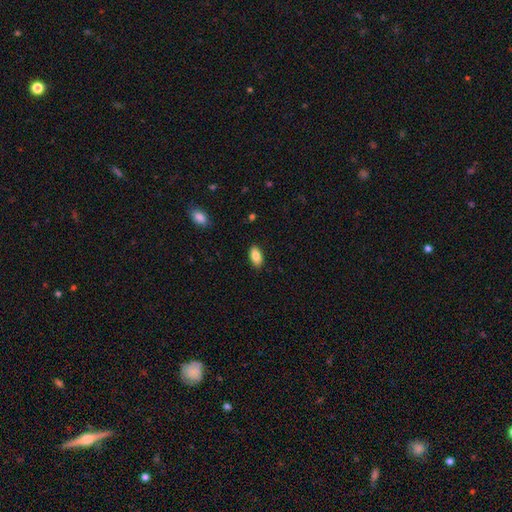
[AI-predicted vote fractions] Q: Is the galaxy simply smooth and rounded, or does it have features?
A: smooth — 84%.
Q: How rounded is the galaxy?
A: in between — 93%.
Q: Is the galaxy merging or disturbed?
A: none — 88%.